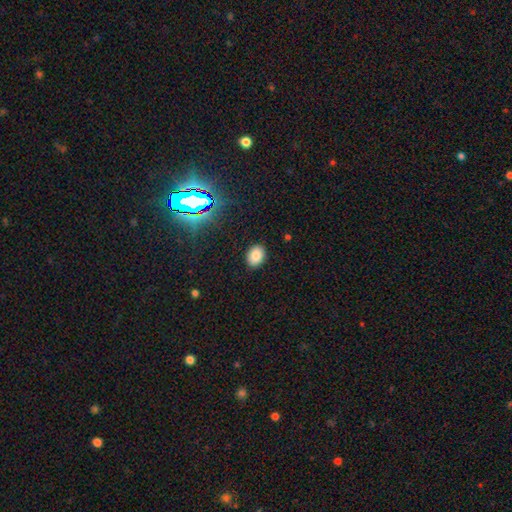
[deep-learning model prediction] A smooth galaxy with no disk features (82%) that is in between round and cigar-shaped (77%). Merging: none (89%).